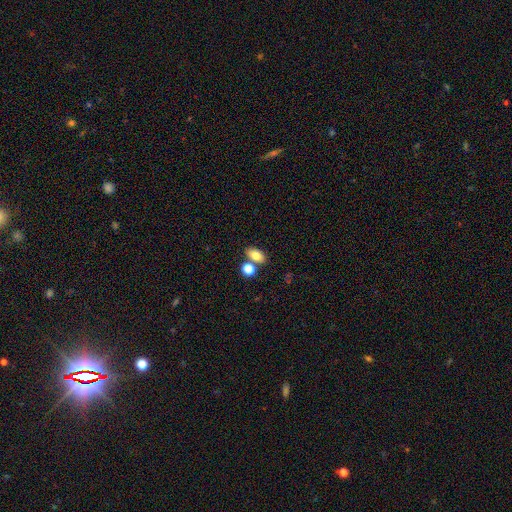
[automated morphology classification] A smooth galaxy with no disk features (80%) that is in between round and cigar-shaped (83%).

Vote fractions:
- Smooth or featured? smooth: 80% / featured or disk: 10% / star or artifact: 10%
- How rounded? in between: 83% / round: 15% / cigar-shaped: 2%
- Merging? none: 65% / merger: 22% / minor disturbance: 10% / major disturbance: 3%